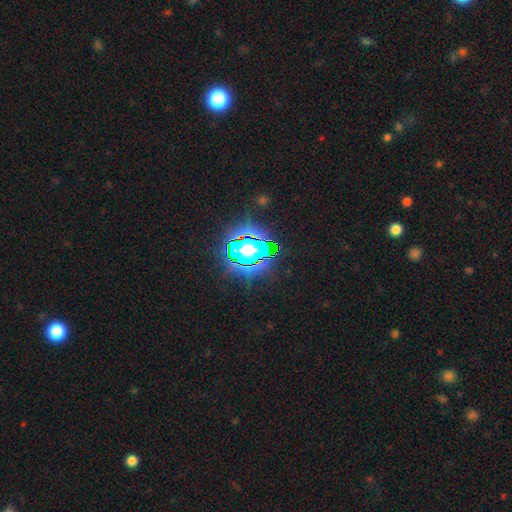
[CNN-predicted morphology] Smooth or featured? Predicted: star or artifact (p=0.78).